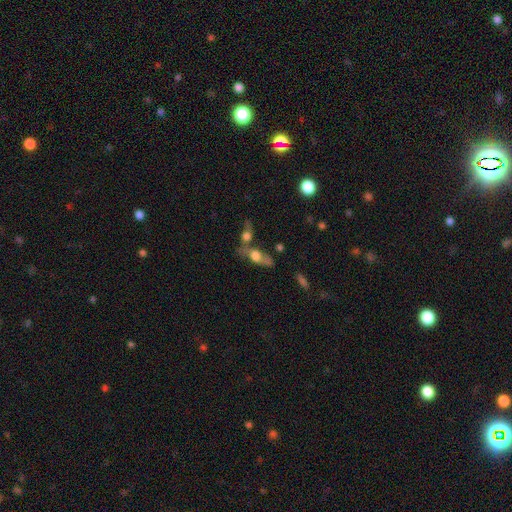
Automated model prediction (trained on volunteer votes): The model was most divided on "smooth or featured": smooth: 49%, featured or disk: 40%, star or artifact: 12%. Remaining: merging — merger (44%).